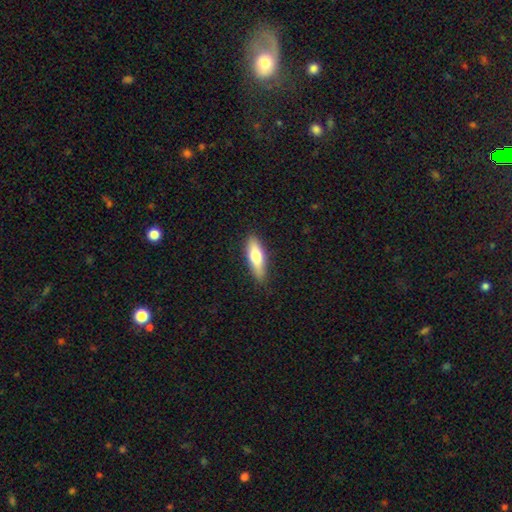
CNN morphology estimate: Smooth or featured?
  - smooth: 68% *
  - featured or disk: 26%
  - star or artifact: 6%
How rounded?
  - cigar-shaped: 53% *
  - in between: 45%
  - round: 2%
Merging?
  - none: 85% *
  - minor disturbance: 12%
  - major disturbance: 2%
  - merger: 1%